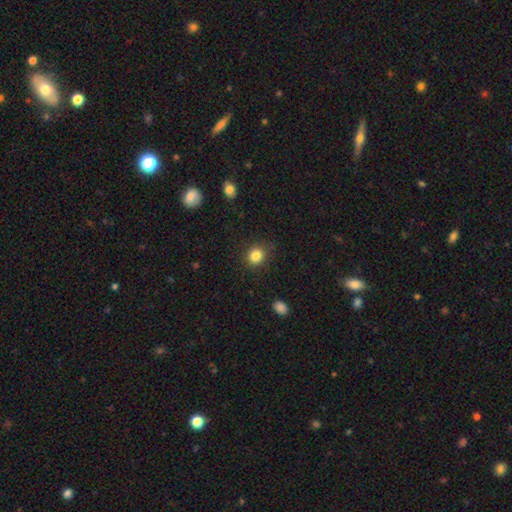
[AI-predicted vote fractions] Morphology: type=smooth (85%); roundness=round (81%); merging=none (86%).